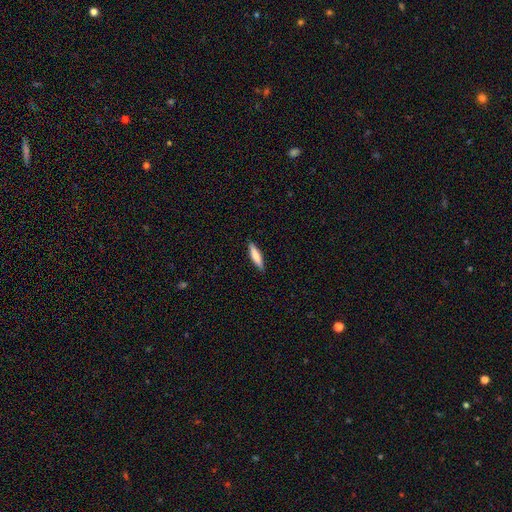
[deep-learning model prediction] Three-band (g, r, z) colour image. It shows a smooth galaxy with no disk features (78%) that is cigar-shaped (78%). Merging: none (90%).